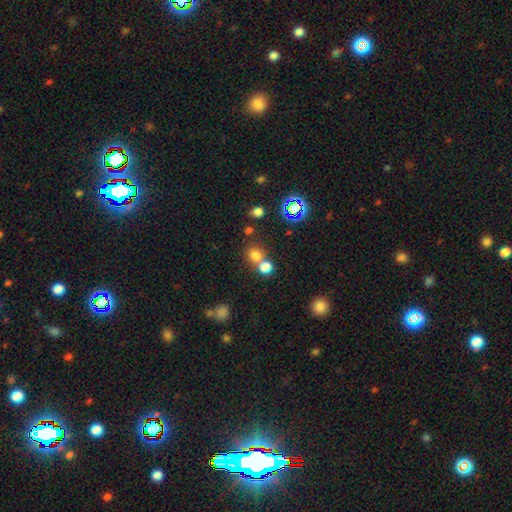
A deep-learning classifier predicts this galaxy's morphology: Smooth or featured? smooth (72%)
How rounded? round (81%)
Merging? none (52%)